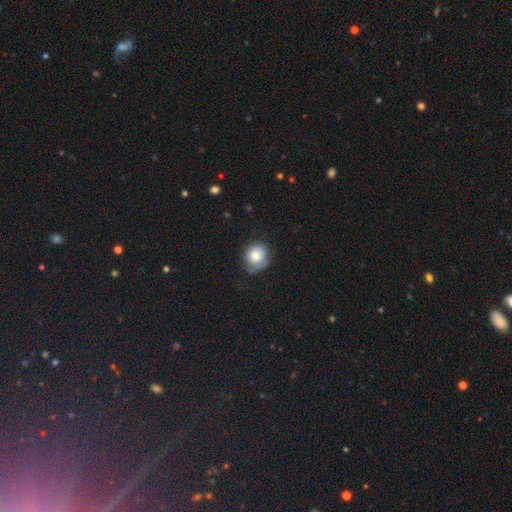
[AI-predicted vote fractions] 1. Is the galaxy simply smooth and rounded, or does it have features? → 73% smooth, 19% featured or disk, 8% star or artifact.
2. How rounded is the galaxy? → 80% round, 19% in between, 1% cigar-shaped.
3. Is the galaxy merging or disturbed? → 59% none, 28% minor disturbance, 11% major disturbance, 2% merger.